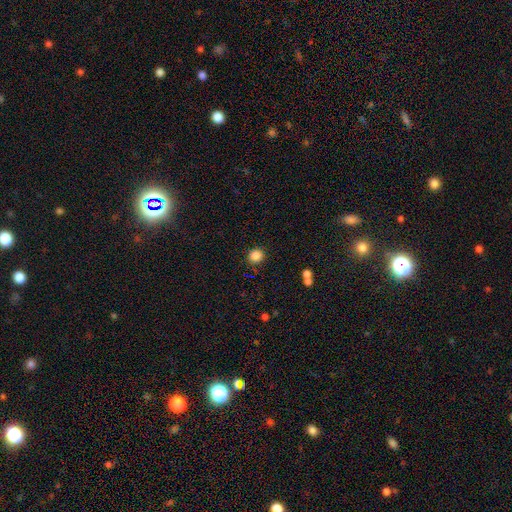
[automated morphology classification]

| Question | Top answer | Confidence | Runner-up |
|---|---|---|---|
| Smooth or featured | smooth | 85% | star or artifact (11%) |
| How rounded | round | 82% | in between (17%) |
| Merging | none | 87% | minor disturbance (8%) |